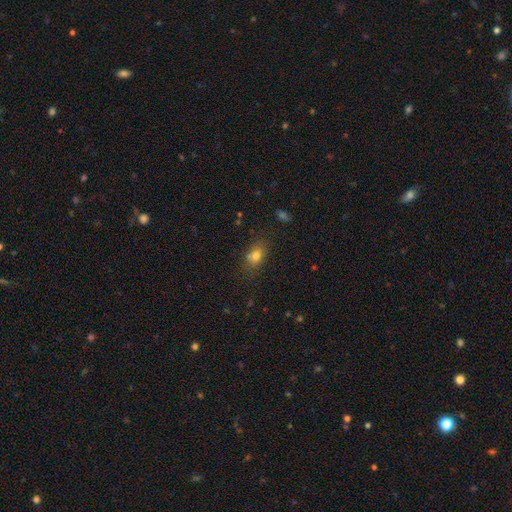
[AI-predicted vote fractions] smooth-or-featured: smooth: 74% | star or artifact: 13% | featured or disk: 12%
  how-rounded: in between: 68% | round: 29% | cigar-shaped: 3%
  merging: none: 65% | minor disturbance: 17% | merger: 13% | major disturbance: 5%